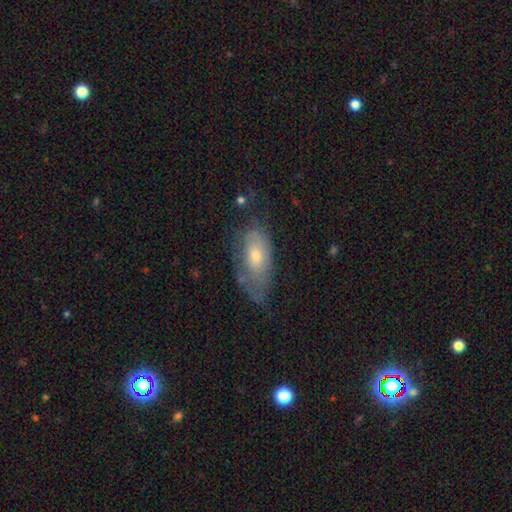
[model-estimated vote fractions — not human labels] Smooth or featured? Predicted: smooth (p=0.46). Merging? Predicted: none (p=0.48).